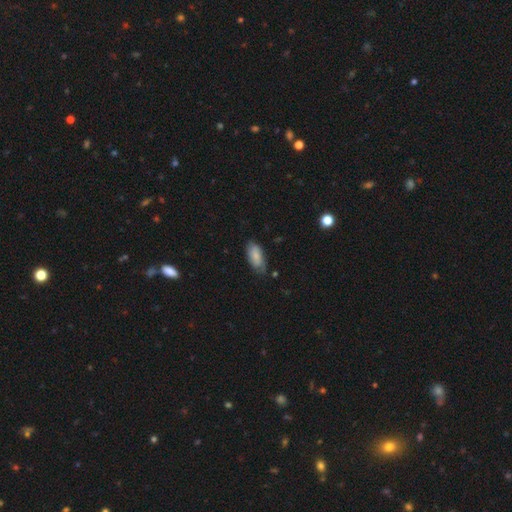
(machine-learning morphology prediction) smooth-or-featured: smooth: 72% | featured or disk: 21% | star or artifact: 7%
  how-rounded: in between: 88% | cigar-shaped: 10% | round: 2%
  merging: none: 67% | minor disturbance: 26% | major disturbance: 5% | merger: 2%